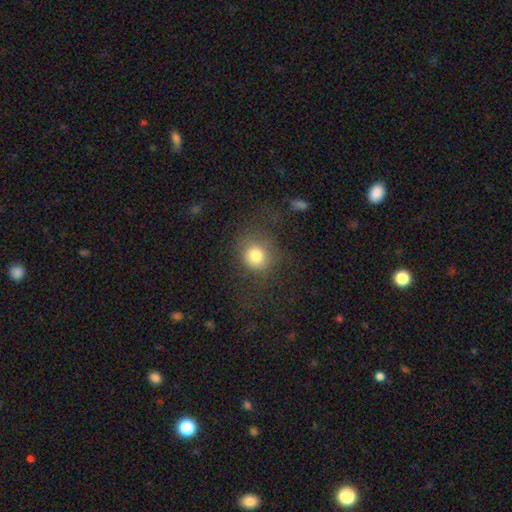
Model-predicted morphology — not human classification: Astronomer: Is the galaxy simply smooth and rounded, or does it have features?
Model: smooth — 78%.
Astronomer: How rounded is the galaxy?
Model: round — 84%.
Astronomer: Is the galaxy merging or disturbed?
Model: none — 65%.